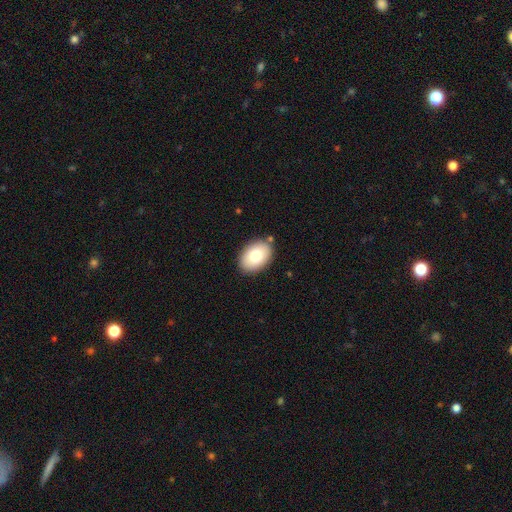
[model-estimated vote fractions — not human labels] Morphology: type=smooth (79%); roundness=in between (85%); merging=none (86%).